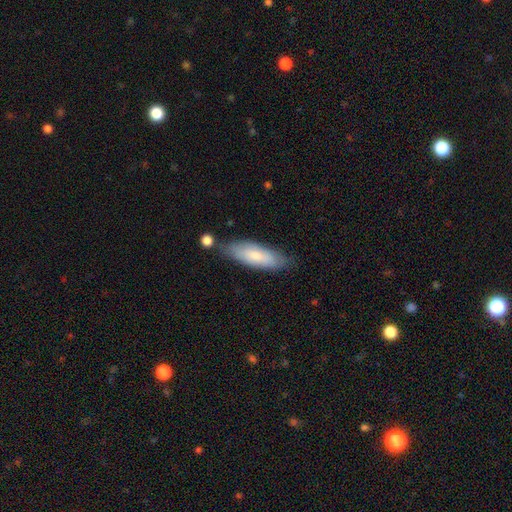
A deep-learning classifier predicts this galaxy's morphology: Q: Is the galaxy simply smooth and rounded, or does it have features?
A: smooth — 73%.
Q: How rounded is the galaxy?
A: in between — 52%.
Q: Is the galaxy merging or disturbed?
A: none — 72%.